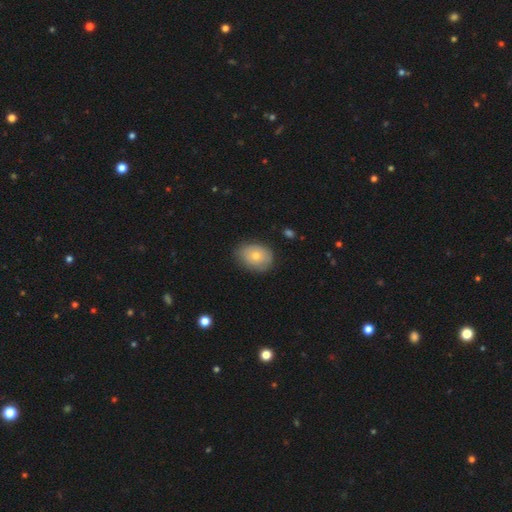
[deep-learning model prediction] This appears to be a smooth galaxy with no disk features (72%) that is in between round and cigar-shaped (63%). Merging: none (74%).